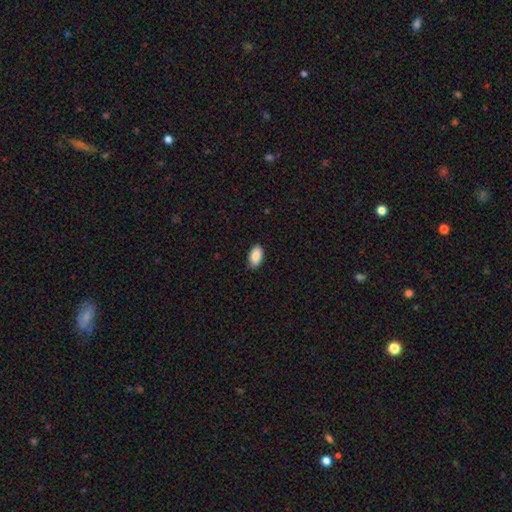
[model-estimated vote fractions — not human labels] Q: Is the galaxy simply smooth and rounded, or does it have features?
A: smooth — 89%.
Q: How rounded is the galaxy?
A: in between — 94%.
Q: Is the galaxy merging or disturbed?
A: none — 85%.